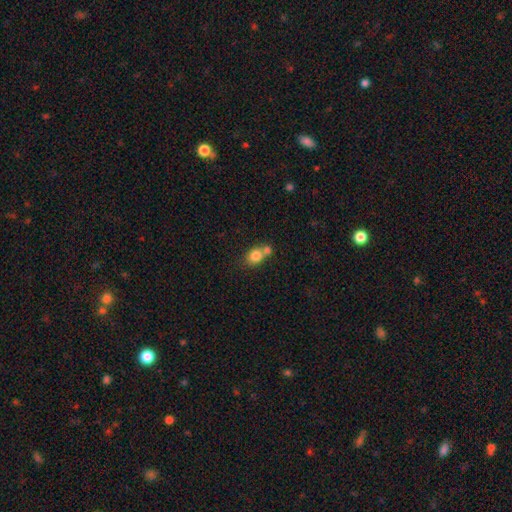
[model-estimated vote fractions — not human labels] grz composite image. It shows a smooth galaxy with no disk features (81%) that is round (60%). Merging: merger (49%).